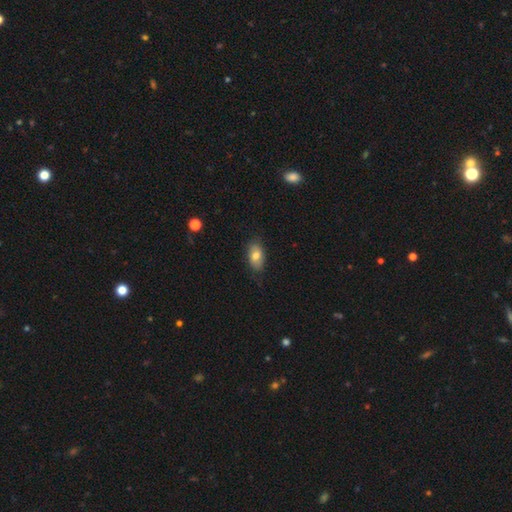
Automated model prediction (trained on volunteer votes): A smooth galaxy with no disk features (78%) that is in between round and cigar-shaped (90%). Merging: none (78%).